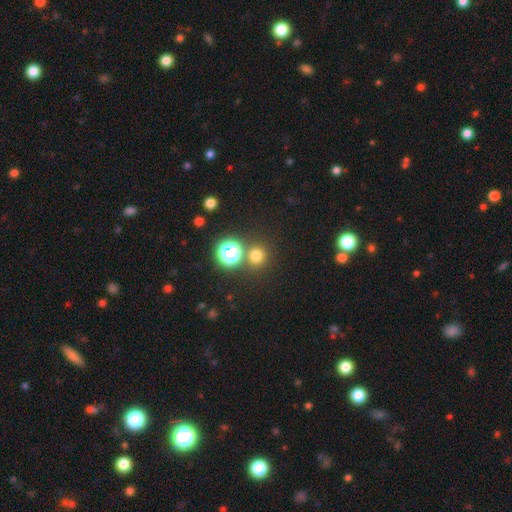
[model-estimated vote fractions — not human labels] smooth 69%, star or artifact 26%, featured or disk 6%. Down the decision tree: how rounded — round (92%); merging — none (81%).